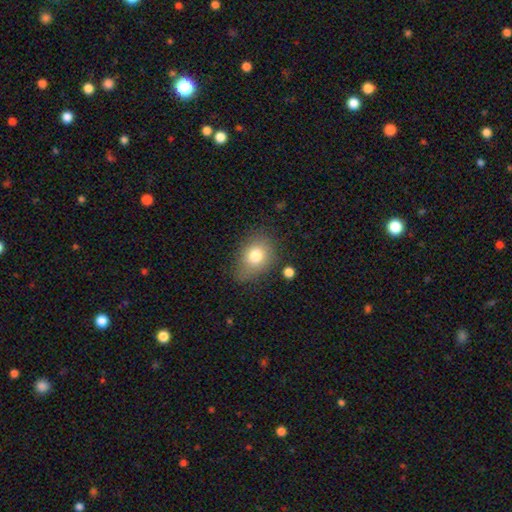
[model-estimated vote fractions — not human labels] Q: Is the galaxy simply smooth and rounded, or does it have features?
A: smooth — 77%.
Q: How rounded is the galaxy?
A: in between — 58%.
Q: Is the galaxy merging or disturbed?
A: none — 64%.